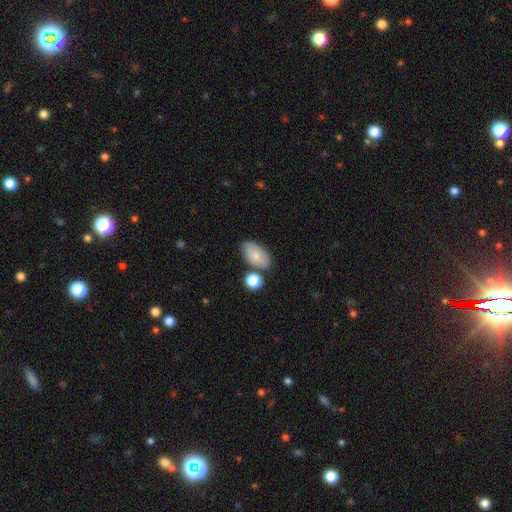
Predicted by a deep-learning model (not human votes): smooth_or_featured: smooth (p=0.79) [alt: featured or disk p=0.15]
how_rounded: in between (p=0.93) [alt: round p=0.05]
merging: none (p=0.67) [alt: minor disturbance p=0.17]